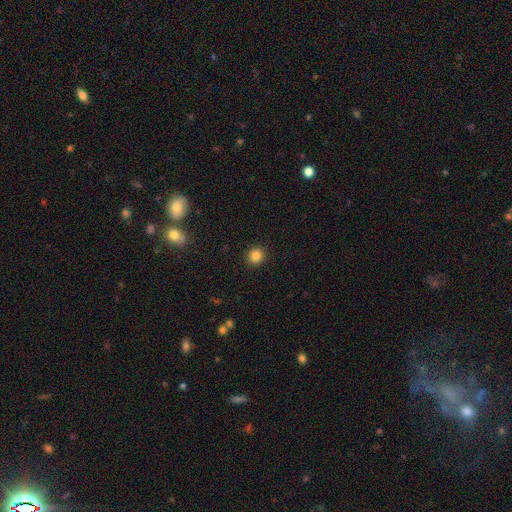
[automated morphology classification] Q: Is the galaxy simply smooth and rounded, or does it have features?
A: smooth — 84%.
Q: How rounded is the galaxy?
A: round — 91%.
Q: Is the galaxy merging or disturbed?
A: none — 92%.